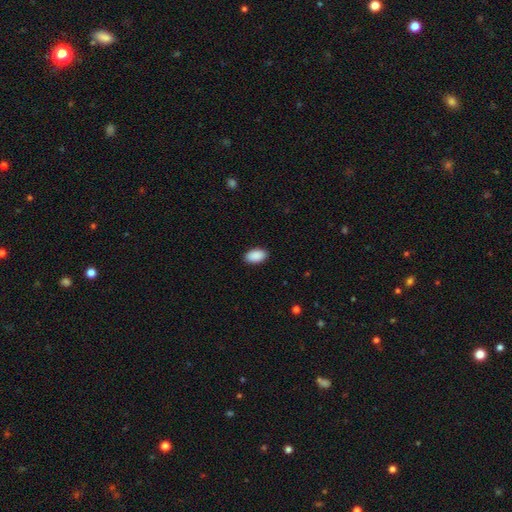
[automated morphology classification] Smooth or featured?
  - smooth: 91% *
  - star or artifact: 6%
  - featured or disk: 2%
How rounded?
  - in between: 94% *
  - round: 4%
  - cigar-shaped: 1%
Merging?
  - none: 90% *
  - minor disturbance: 7%
  - major disturbance: 2%
  - merger: 1%